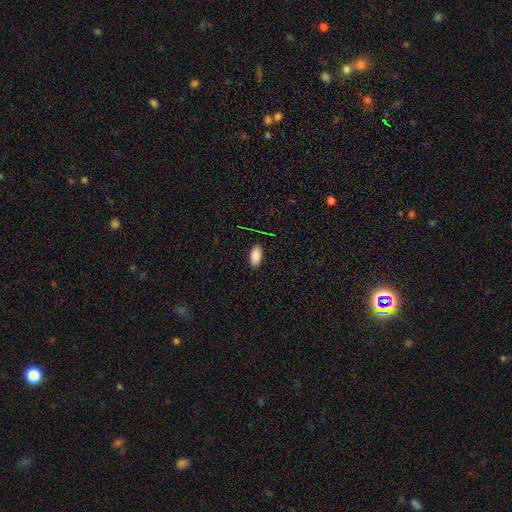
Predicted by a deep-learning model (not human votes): Overall: smooth (88%). How rounded: in between (92%). Merging: none (85%).